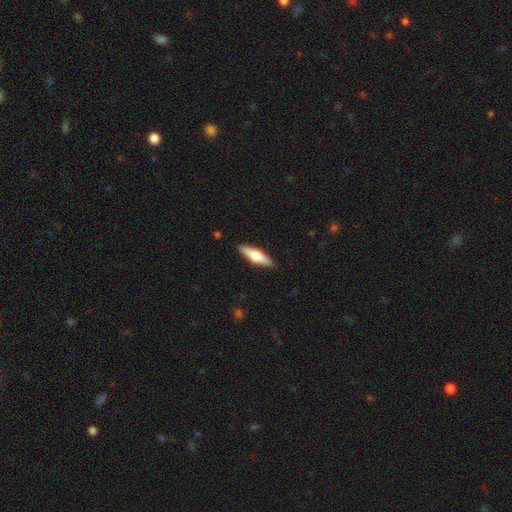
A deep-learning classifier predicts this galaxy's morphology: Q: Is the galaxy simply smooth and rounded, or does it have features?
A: featured or disk — 51%.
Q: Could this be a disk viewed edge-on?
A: yes — 95%.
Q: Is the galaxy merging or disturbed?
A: none — 90%.